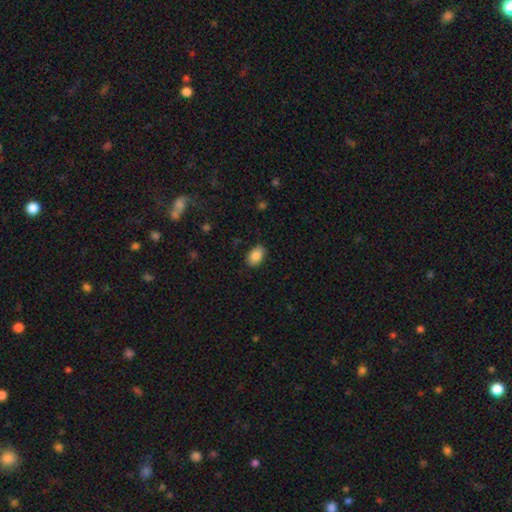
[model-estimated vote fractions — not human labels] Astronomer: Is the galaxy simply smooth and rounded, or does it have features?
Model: smooth — 87%.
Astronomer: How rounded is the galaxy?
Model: in between — 89%.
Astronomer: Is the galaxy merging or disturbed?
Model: none — 86%.